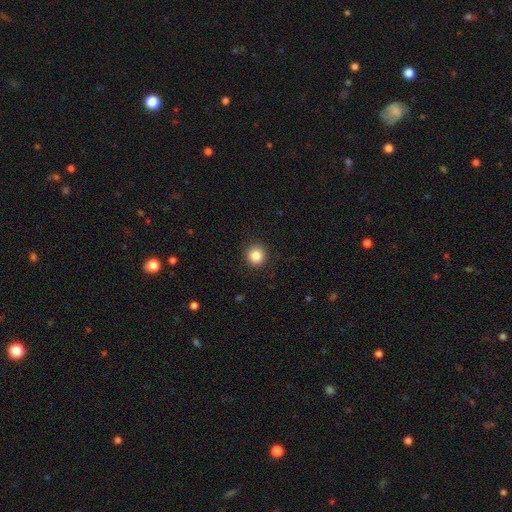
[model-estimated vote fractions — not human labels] Smooth or featured: smooth — 85% (star or artifact — 10%)
How rounded: round — 95% (in between — 4%)
Merging: none — 92% (minor disturbance — 5%)